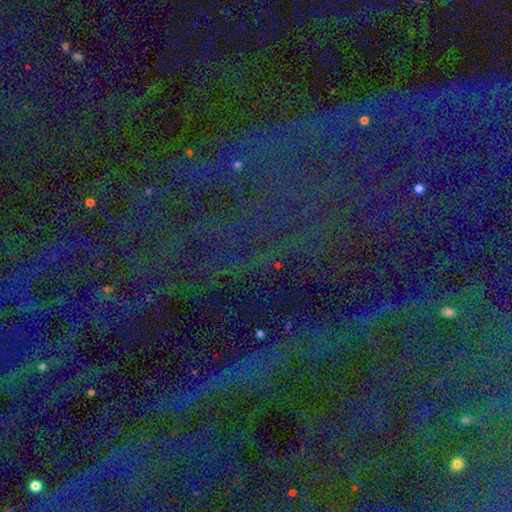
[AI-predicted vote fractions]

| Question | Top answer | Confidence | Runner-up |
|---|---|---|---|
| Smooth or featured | star or artifact | 82% | smooth (10%) |